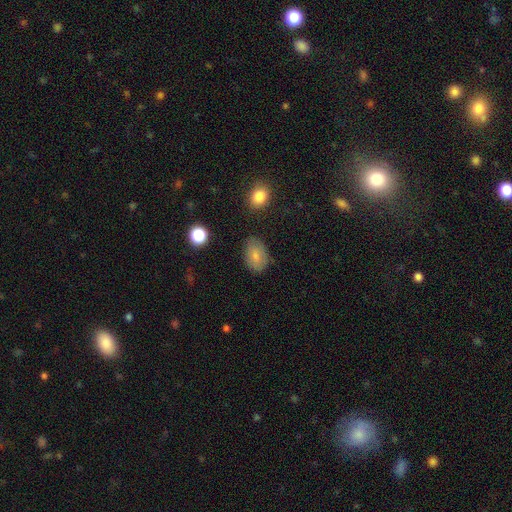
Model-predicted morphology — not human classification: This appears to be a smooth galaxy with no disk features (79%) that is in between round and cigar-shaped (84%). Merging: none (76%).